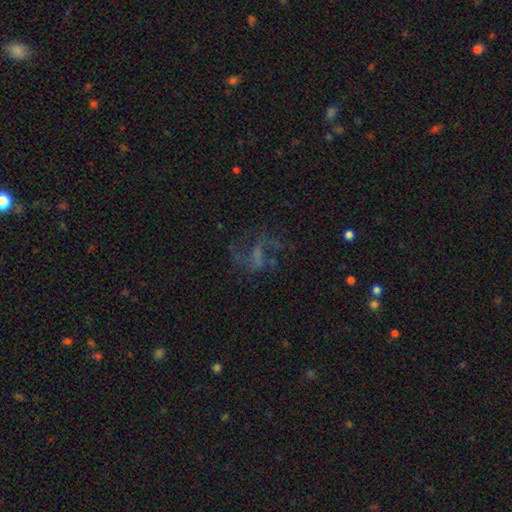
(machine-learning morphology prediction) smooth-or-featured: featured or disk: 57% | star or artifact: 24% | smooth: 20%
  disk-edge-on: no: 97% | yes: 3%
    bar: no: 50% | weak: 36% | strong: 14%
    has-spiral-arms: yes: 62% | no: 38%
    bulge-size: none: 61% | small: 21% | moderate: 13% | large: 4% | dominant: 1%
  merging: none: 50% | major disturbance: 31% | minor disturbance: 15% | merger: 4%